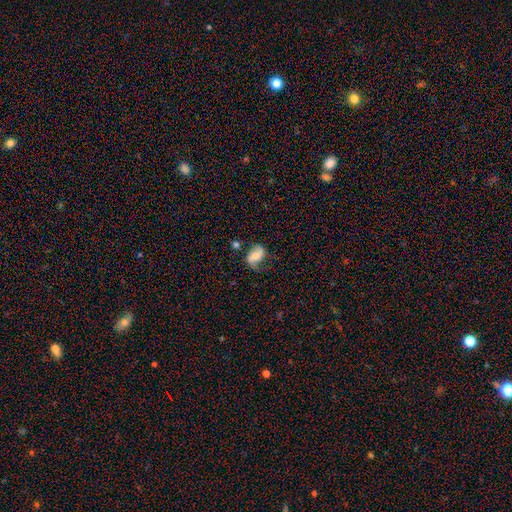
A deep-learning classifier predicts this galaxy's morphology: Smooth or featured? Predicted: featured or disk (p=0.68). Edge-on disk? Predicted: no (p=0.97). Bar? Predicted: no (p=0.46). Spiral arms? Predicted: yes (p=0.92). Spiral winding? Predicted: loose (p=0.55). Spiral arm count? Predicted: 2 (p=0.81). Bulge size? Predicted: moderate (p=0.50). Merging? Predicted: none (p=0.57).